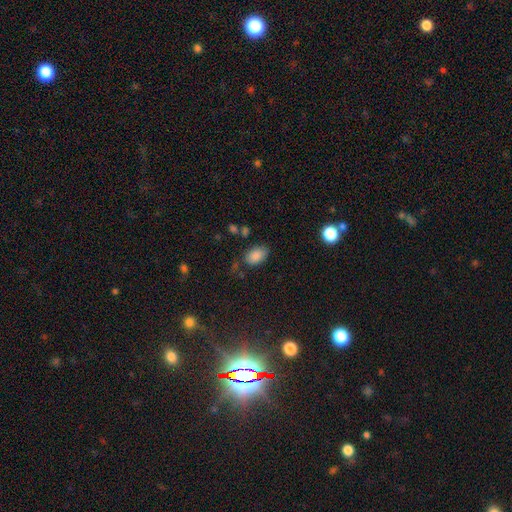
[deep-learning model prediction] The model was most divided on "merging": none: 72%, minor disturbance: 19%, major disturbance: 6%, merger: 4%. More confident: how rounded — in between (89%); smooth or featured — smooth (84%).